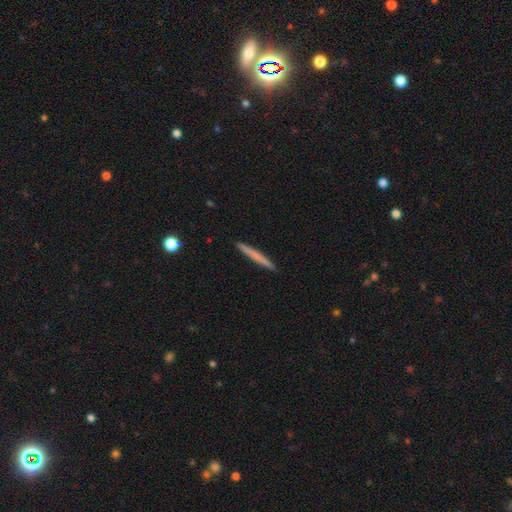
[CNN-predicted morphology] This appears to be a smooth galaxy with no disk features (66%) that is cigar-shaped (97%). Merging: none (93%).